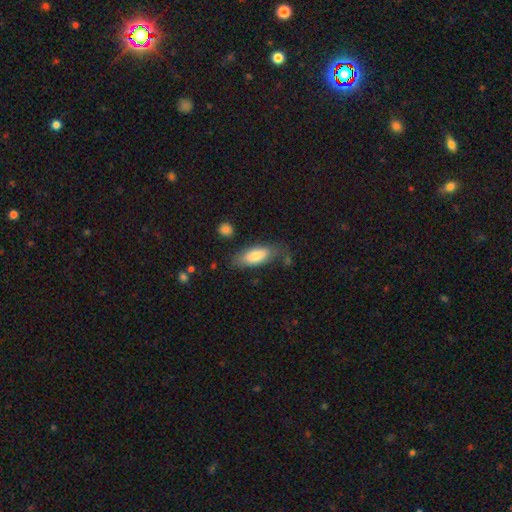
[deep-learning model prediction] smooth_or_featured: smooth (p=0.76) [alt: featured or disk p=0.18]
how_rounded: in between (p=0.77) [alt: cigar-shaped p=0.21]
merging: none (p=0.67) [alt: minor disturbance p=0.22]